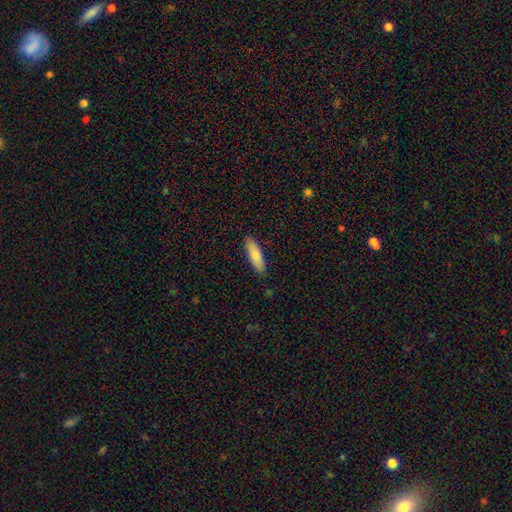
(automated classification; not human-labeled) The model was most divided on "how rounded": cigar-shaped: 59%, in between: 40%, round: 2%. More confident: merging — none (88%); smooth or featured — smooth (81%).